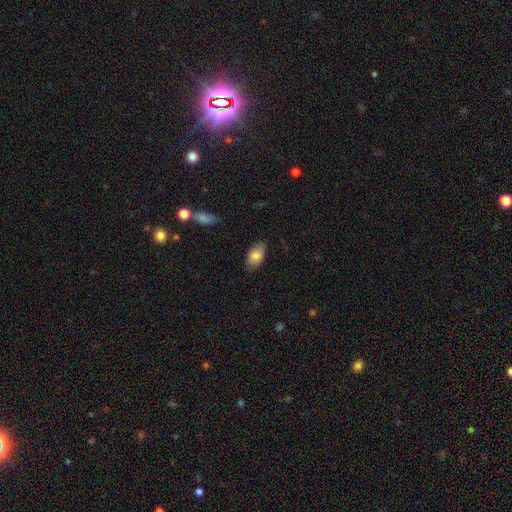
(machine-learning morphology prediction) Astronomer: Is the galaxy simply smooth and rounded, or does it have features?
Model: smooth — 83%.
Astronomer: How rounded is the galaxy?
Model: in between — 93%.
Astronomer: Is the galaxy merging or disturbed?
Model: none — 78%.